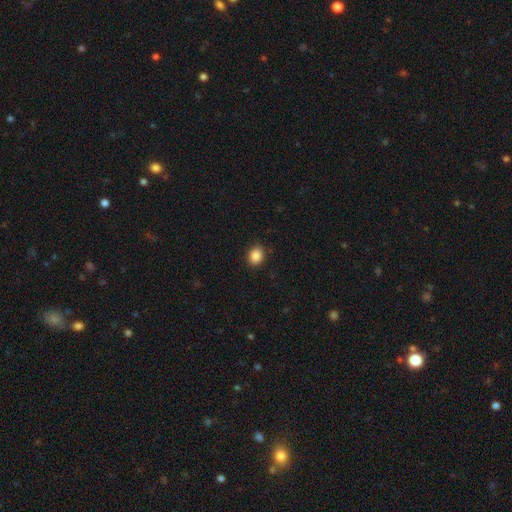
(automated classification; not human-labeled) The model was most divided on "how rounded": round: 57%, in between: 42%, cigar-shaped: 1%. More confident: merging — none (89%); smooth or featured — smooth (88%).